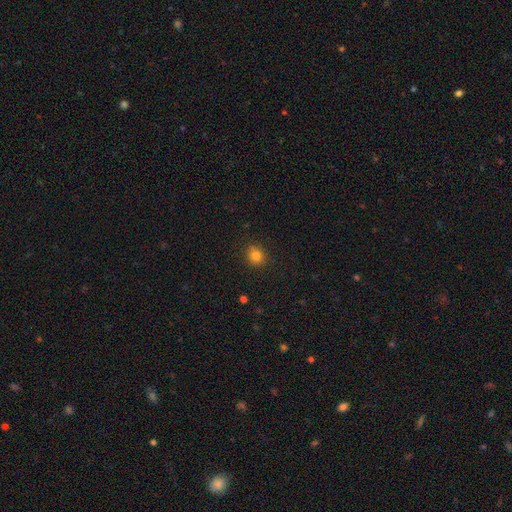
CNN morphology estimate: Q: Smooth or featured?
A: smooth (81%); runner-up: star or artifact (13%)
Q: How rounded?
A: round (79%); runner-up: in between (20%)
Q: Merging?
A: none (90%); runner-up: minor disturbance (7%)